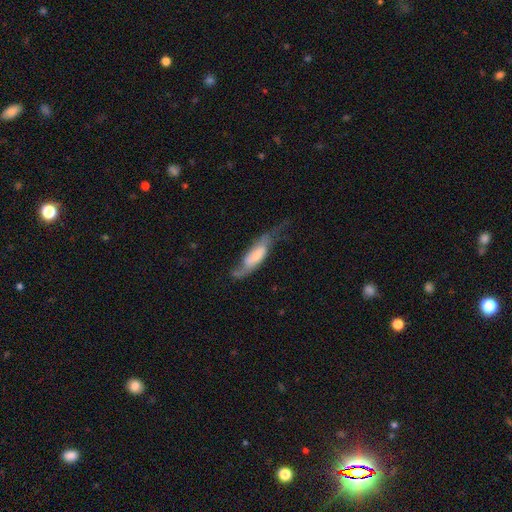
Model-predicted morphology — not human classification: Smooth or featured?
  - featured or disk: 54% *
  - smooth: 40%
  - star or artifact: 6%
Edge-on disk?
  - no: 69% *
  - yes: 31%
Merging?
  - none: 38% *
  - major disturbance: 30%
  - minor disturbance: 29%
  - merger: 4%